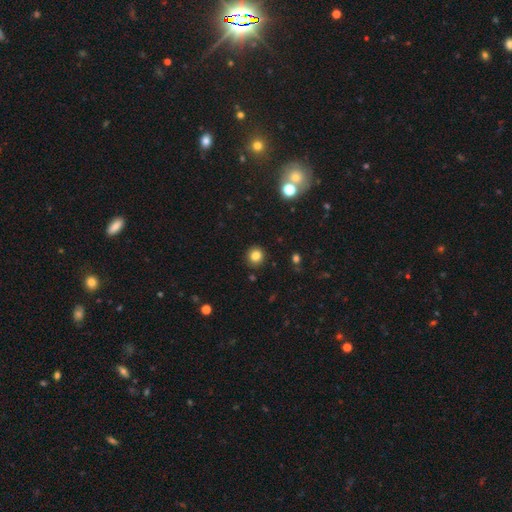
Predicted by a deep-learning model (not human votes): Smooth or featured? Predicted: smooth (p=0.83). How rounded? Predicted: round (p=0.90). Merging? Predicted: none (p=0.90).